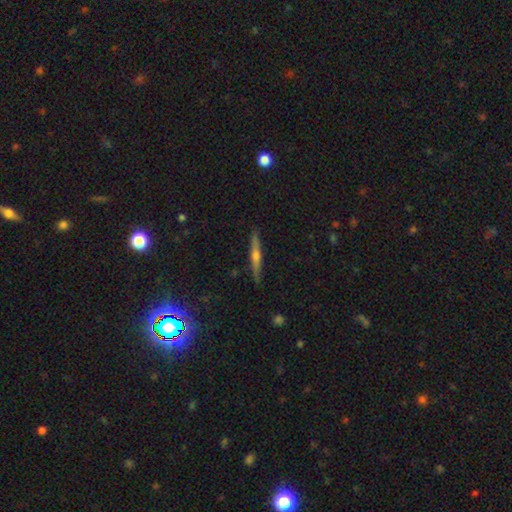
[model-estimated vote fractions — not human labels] A featured or disk galaxy (71%) viewed edge-on (98%) with a rounded central bulge (87%). Merging: none (90%).